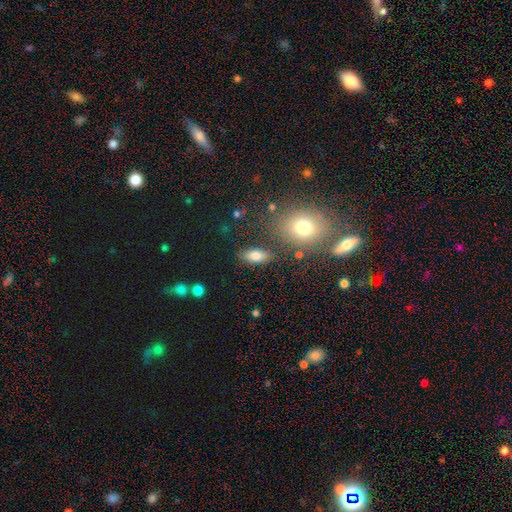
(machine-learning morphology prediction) Smooth or featured? Predicted: smooth (p=0.77). How rounded? Predicted: in between (p=0.84). Merging? Predicted: none (p=0.81).